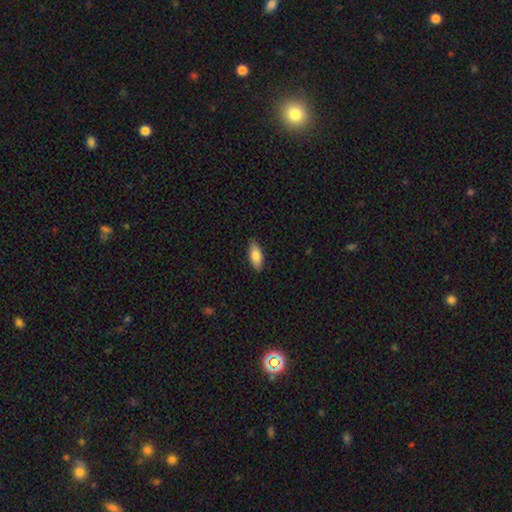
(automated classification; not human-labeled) A smooth galaxy with no disk features (80%) that is in between round and cigar-shaped (80%). Merging: none (87%).